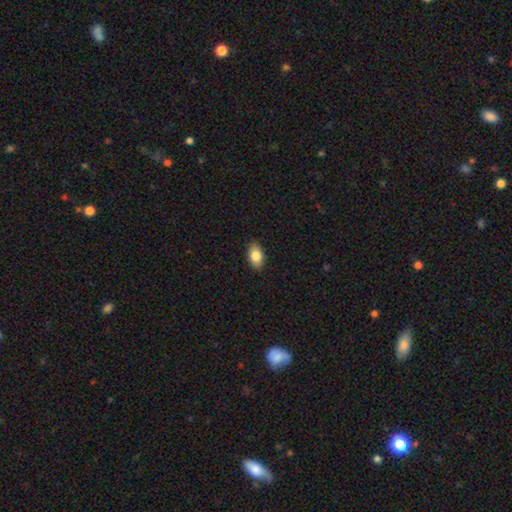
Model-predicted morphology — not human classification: The model was most divided on "smooth or featured": smooth: 84%, featured or disk: 9%, star or artifact: 7%. More confident: how rounded — in between (91%); merging — none (89%).